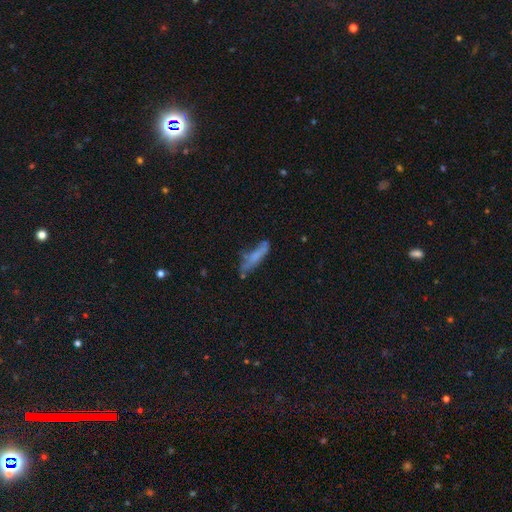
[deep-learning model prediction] Smooth or featured: smooth — 60% (featured or disk — 30%)
How rounded: cigar-shaped — 80% (in between — 18%)
Merging: none — 55% (minor disturbance — 26%)